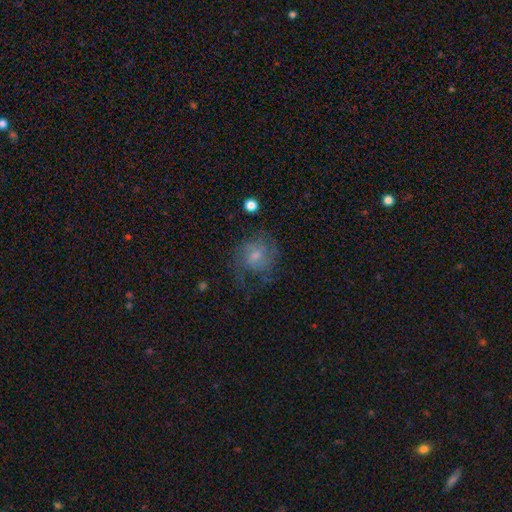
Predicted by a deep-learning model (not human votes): smooth_or_featured: featured or disk (p=0.48) [alt: smooth p=0.42]
merging: none (p=0.51) [alt: major disturbance p=0.25]